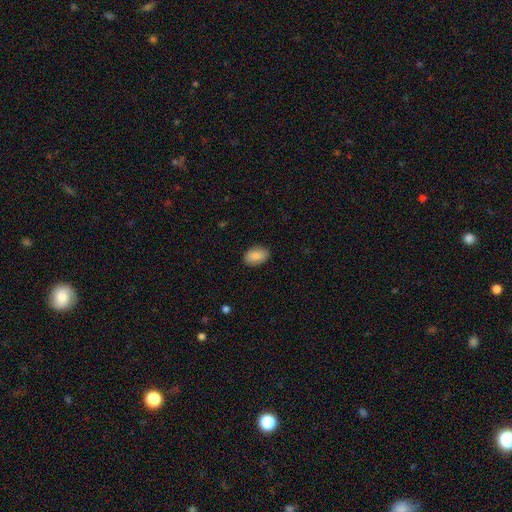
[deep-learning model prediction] A smooth galaxy with no disk features (89%) that is in between round and cigar-shaped (91%).

Vote fractions:
- Smooth or featured? smooth: 89% / star or artifact: 6% / featured or disk: 5%
- How rounded? in between: 91% / round: 8% / cigar-shaped: 1%
- Merging? none: 86% / minor disturbance: 10% / major disturbance: 2% / merger: 1%